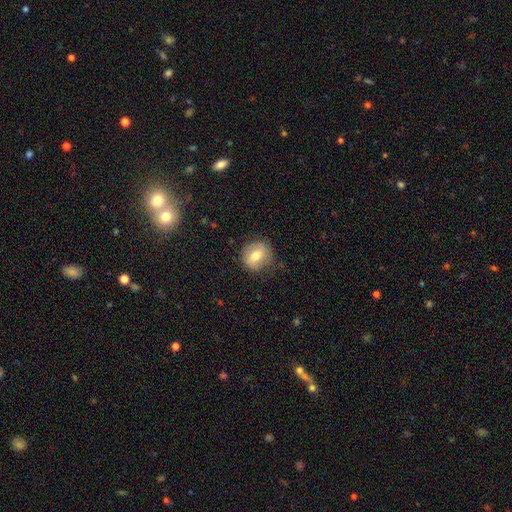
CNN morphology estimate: Overall: smooth (67%). How rounded: round (82%). Merging: none (79%).